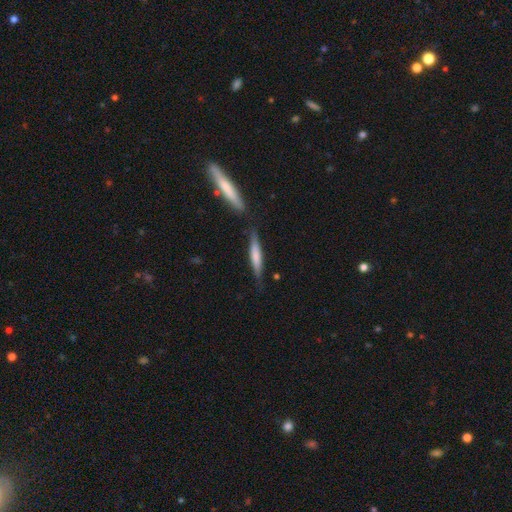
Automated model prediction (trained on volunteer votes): smooth 61%, featured or disk 33%, star or artifact 6%. Down the decision tree: how rounded — cigar-shaped (90%); merging — none (76%).